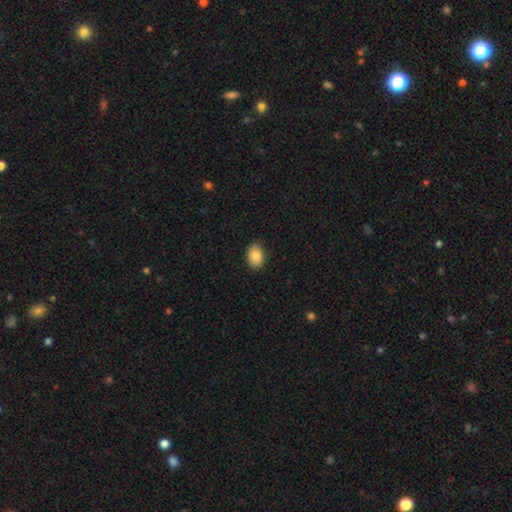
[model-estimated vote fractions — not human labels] Smooth or featured?
  - smooth: 85% *
  - star or artifact: 8%
  - featured or disk: 7%
How rounded?
  - in between: 80% *
  - round: 19%
  - cigar-shaped: 1%
Merging?
  - none: 83% *
  - minor disturbance: 14%
  - major disturbance: 2%
  - merger: 1%